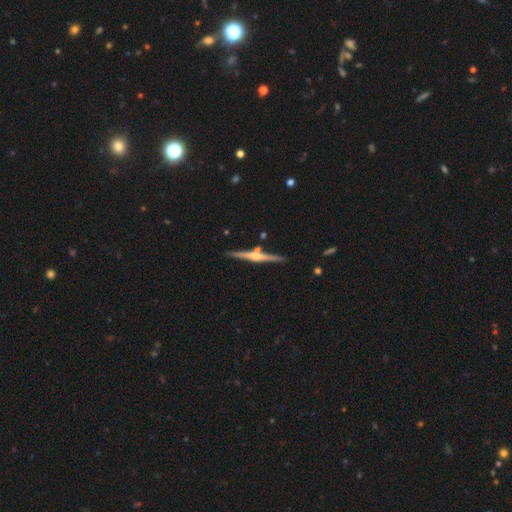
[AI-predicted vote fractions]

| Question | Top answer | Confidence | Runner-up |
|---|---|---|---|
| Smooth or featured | featured or disk | 76% | smooth (19%) |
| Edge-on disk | yes | 98% | no (2%) |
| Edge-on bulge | rounded | 86% | none (8%) |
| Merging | none | 82% | minor disturbance (9%) |